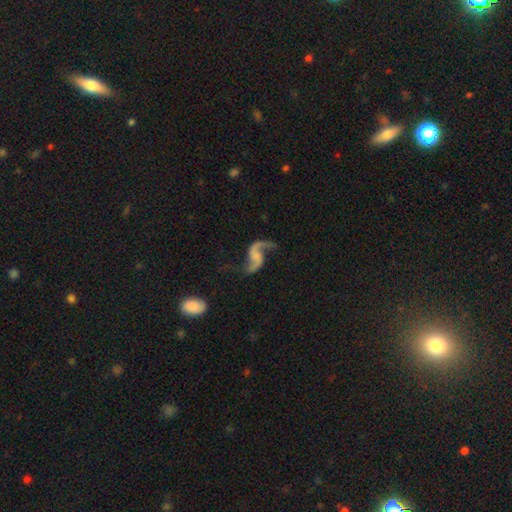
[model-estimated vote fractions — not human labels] Smooth or featured?
  - featured or disk: 89% *
  - smooth: 6%
  - star or artifact: 5%
Edge-on disk?
  - no: 98% *
  - yes: 2%
Bar?
  - no: 52% *
  - weak: 36%
  - strong: 12%
Spiral arms?
  - yes: 96% *
  - no: 4%
Spiral winding?
  - loose: 85% *
  - medium: 12%
  - tight: 3%
Spiral arm count?
  - 2: 91% *
  - 1: 4%
  - can't tell: 1%
  - 3: 1%
  - 4: 1%
  - more than 4: 1%
Bulge size?
  - none: 58% *
  - small: 24%
  - moderate: 12%
  - large: 4%
  - dominant: 2%
Merging?
  - none: 65% *
  - minor disturbance: 16%
  - major disturbance: 14%
  - merger: 4%